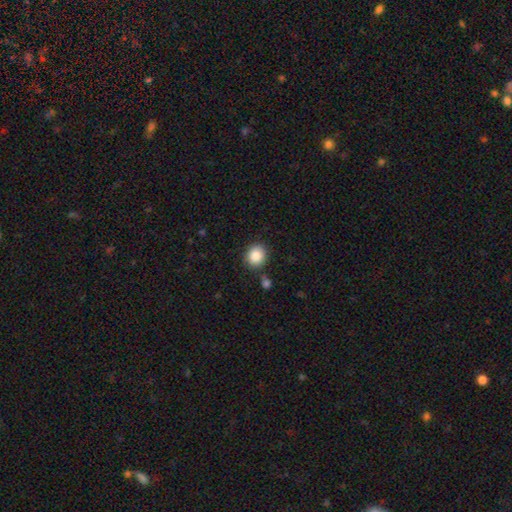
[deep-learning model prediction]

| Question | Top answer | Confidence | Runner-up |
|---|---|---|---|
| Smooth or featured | smooth | 87% | star or artifact (8%) |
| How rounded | round | 77% | in between (22%) |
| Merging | none | 83% | minor disturbance (10%) |